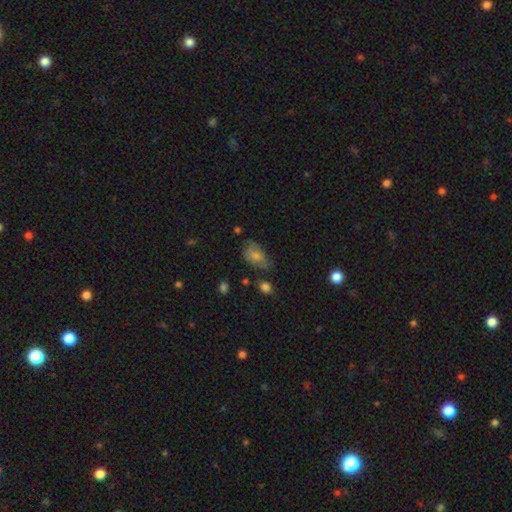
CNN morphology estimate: type=smooth (66%); roundness=in between (86%); merging=none (50%).